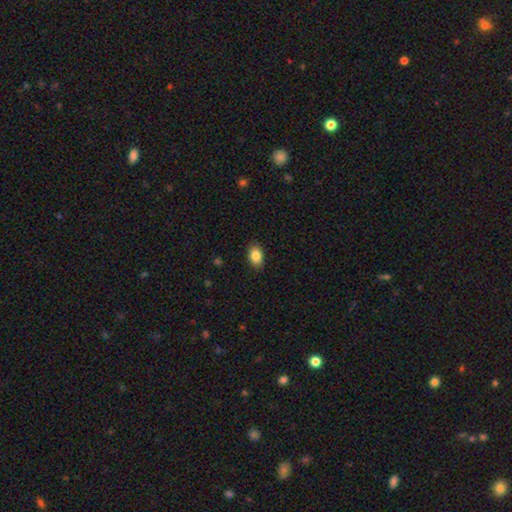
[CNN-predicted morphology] Q: Smooth or featured?
A: smooth (86%); runner-up: star or artifact (8%)
Q: How rounded?
A: in between (86%); runner-up: round (13%)
Q: Merging?
A: none (87%); runner-up: minor disturbance (10%)